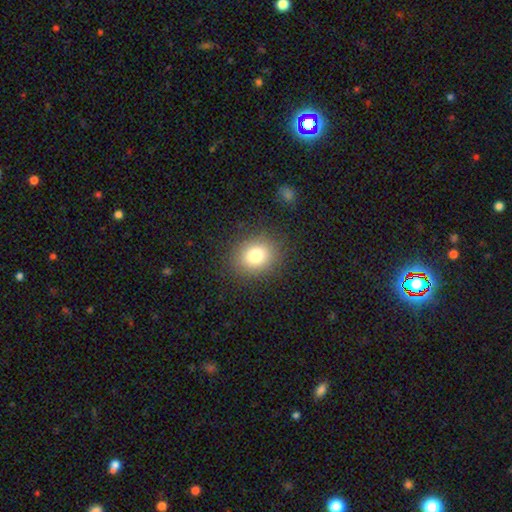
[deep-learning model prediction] smooth 79%, star or artifact 11%, featured or disk 9%. Down the decision tree: how rounded — round (57%); merging — none (86%).